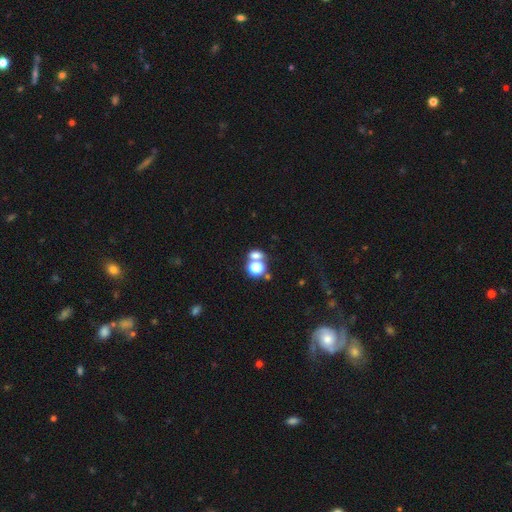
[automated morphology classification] smooth-or-featured: smooth: 62% | star or artifact: 28% | featured or disk: 10%
  how-rounded: round: 53% | in between: 45% | cigar-shaped: 2%
  merging: none: 49% | merger: 38% | minor disturbance: 9% | major disturbance: 5%